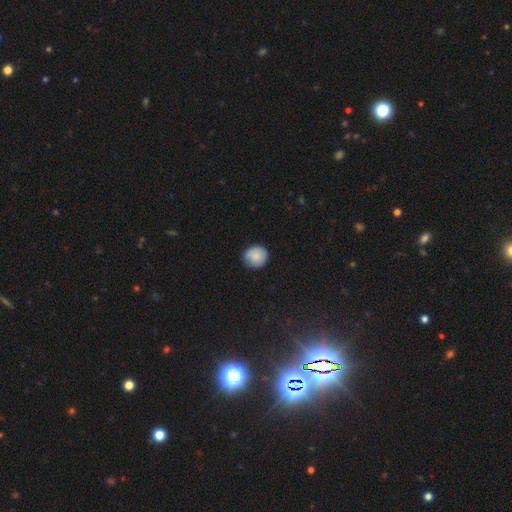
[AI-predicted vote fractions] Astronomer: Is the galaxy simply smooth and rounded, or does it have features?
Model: smooth — 83%.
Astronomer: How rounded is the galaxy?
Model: round — 87%.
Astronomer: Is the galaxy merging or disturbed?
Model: none — 80%.